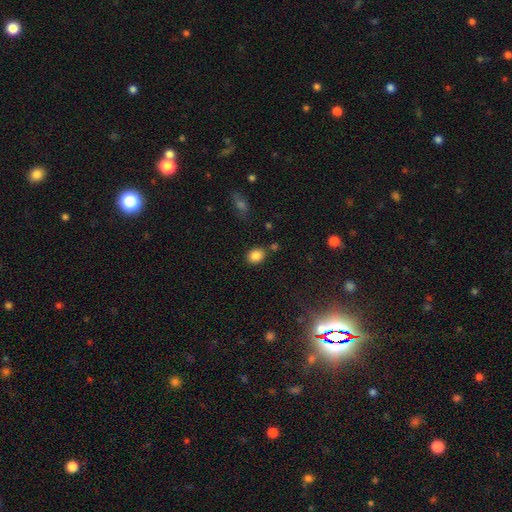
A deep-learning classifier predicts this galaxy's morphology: This is clearly a smooth galaxy (85%). How rounded: possibly round (52%). Merging: clearly none (80%).